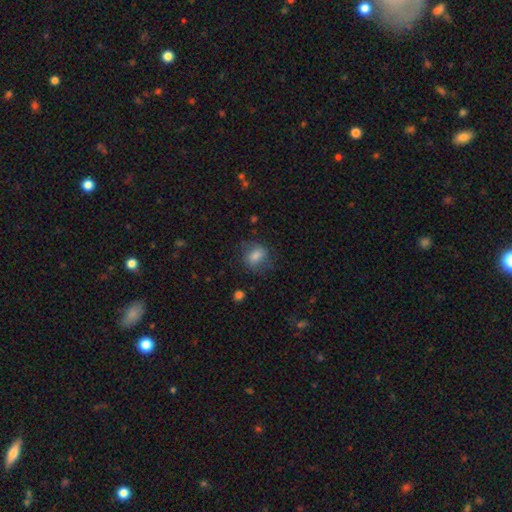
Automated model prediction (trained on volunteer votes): The model was most divided on "how rounded": in between: 58%, round: 40%, cigar-shaped: 2%. More confident: smooth or featured — smooth (75%); merging — none (70%).